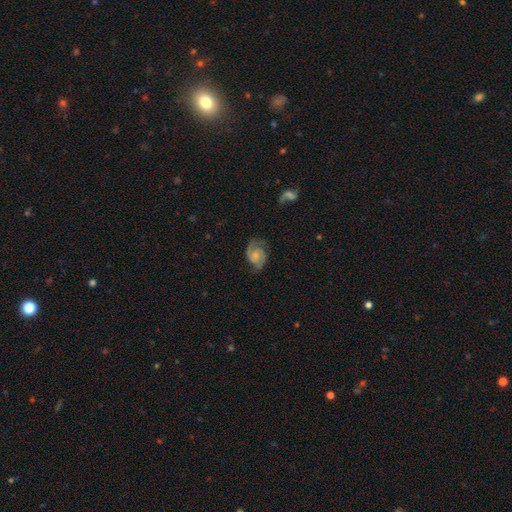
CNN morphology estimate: Overall: featured or disk (80%). Edge-on disk: no (98%). Bar: no (63%; weak 32%). Spiral arms: yes (96%). Spiral arm count: 2 (86%). Spiral winding: medium (49%; tight 34%). Bulge size: small (54%; moderate 29%). Merging: none (69%).